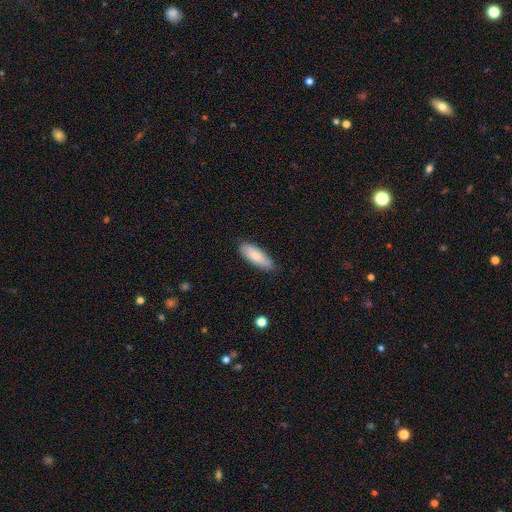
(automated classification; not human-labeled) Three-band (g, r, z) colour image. It shows a smooth galaxy with no disk features (79%) that is in between round and cigar-shaped (66%). Merging: none (83%).